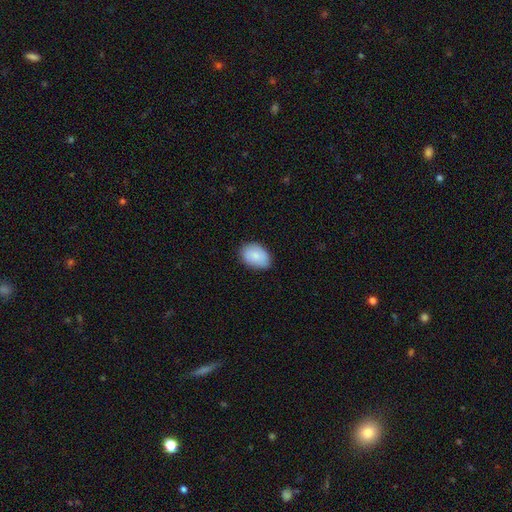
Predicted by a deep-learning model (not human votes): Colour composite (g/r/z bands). It shows a smooth galaxy with no disk features (84%) that is in between round and cigar-shaped (81%). Merging: none (78%).